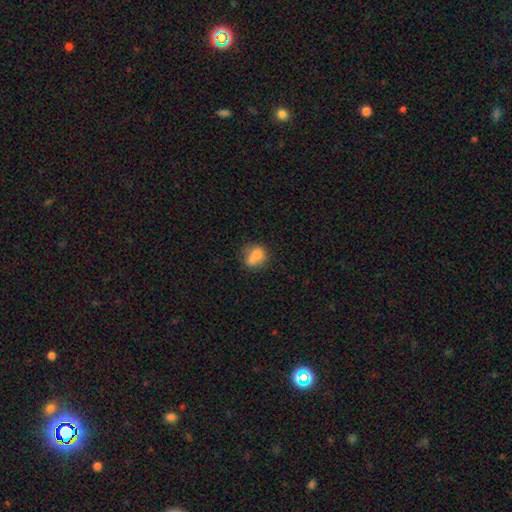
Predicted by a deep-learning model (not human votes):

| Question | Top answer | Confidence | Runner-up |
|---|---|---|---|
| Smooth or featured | smooth | 70% | featured or disk (20%) |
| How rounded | round | 57% | in between (40%) |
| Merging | none | 45% | merger (30%) |